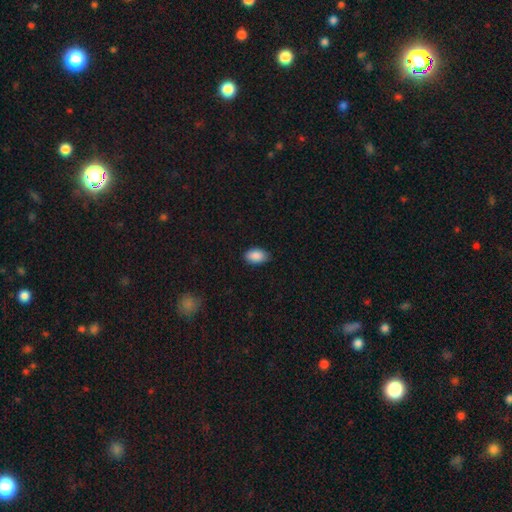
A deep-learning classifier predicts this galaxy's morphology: The model was most divided on "merging": none: 84%, minor disturbance: 13%, major disturbance: 2%, merger: 1%. More confident: how rounded — in between (91%); smooth or featured — smooth (89%).